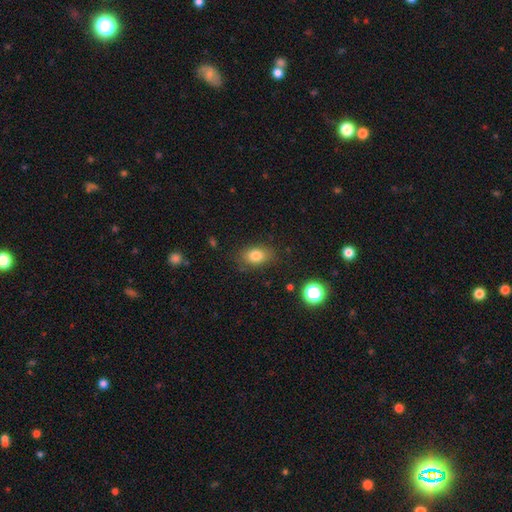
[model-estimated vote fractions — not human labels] This appears to be a smooth galaxy with no disk features (81%) that is in between round and cigar-shaped (80%). Merging: none (81%).